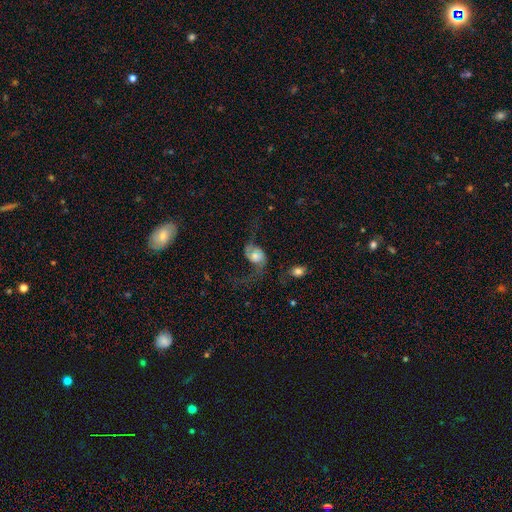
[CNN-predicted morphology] Smooth or featured? featured or disk (58%)
Edge-on disk? no (96%)
Bar? no (66%)
Spiral arms? yes (79%)
Bulge size? moderate (50%)
Merging? major disturbance (43%)